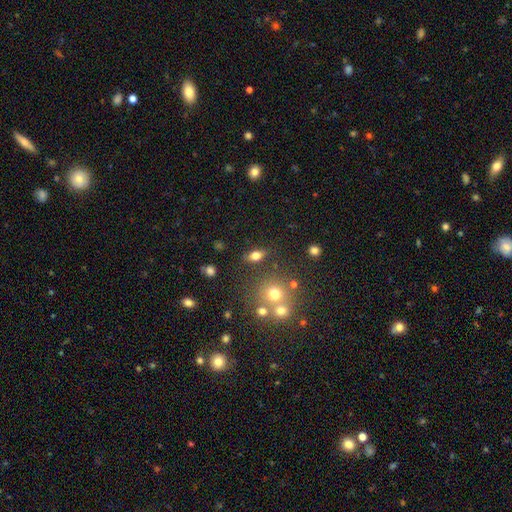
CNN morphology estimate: Overall: smooth (71%). How rounded: in between (77%). Merging: none (79%).